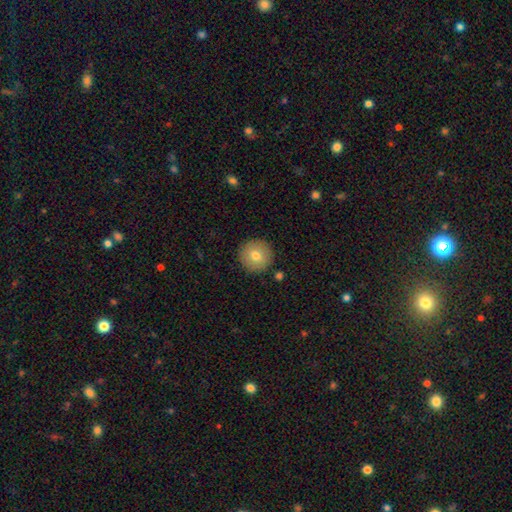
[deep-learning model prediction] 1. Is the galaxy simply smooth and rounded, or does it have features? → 76% smooth, 15% featured or disk, 9% star or artifact.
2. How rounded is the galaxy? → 96% round, 3% in between, 1% cigar-shaped.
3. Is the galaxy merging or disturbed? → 90% none, 7% minor disturbance, 2% major disturbance, 2% merger.